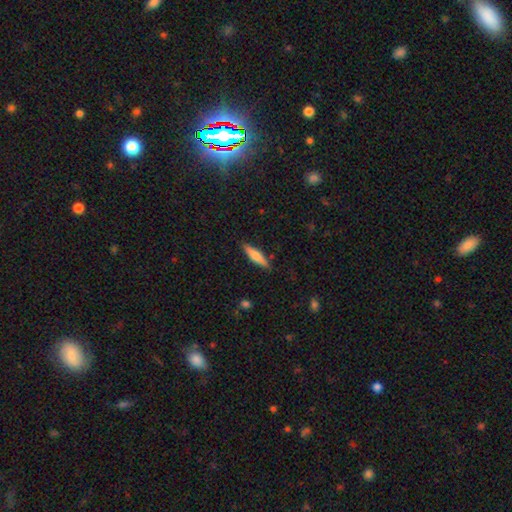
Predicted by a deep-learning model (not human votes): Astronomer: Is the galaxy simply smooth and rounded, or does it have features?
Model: smooth — 67%.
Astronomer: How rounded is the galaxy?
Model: cigar-shaped — 76%.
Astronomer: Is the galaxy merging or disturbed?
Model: none — 87%.